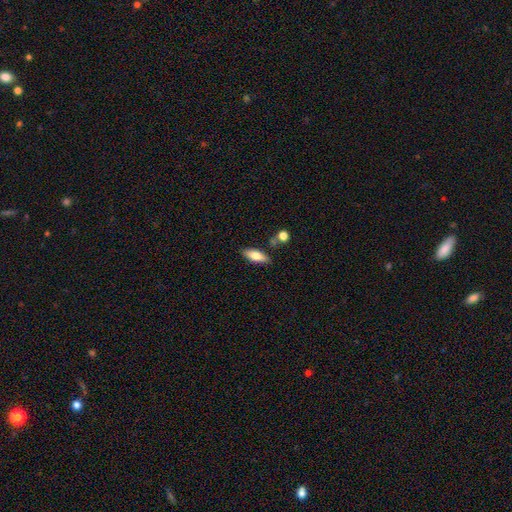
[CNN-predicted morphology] type=smooth (74%); roundness=in between (71%); merging=none (79%).